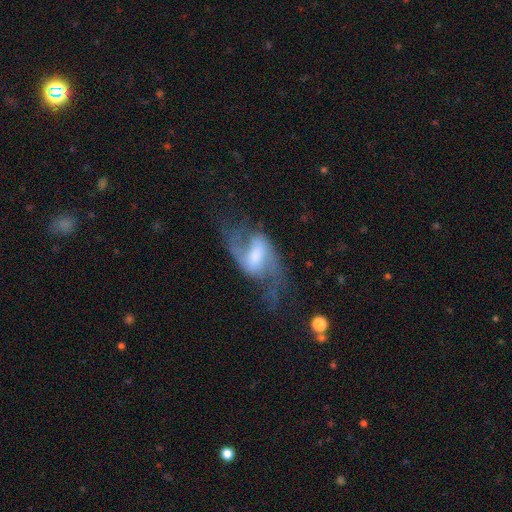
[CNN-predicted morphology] Smooth or featured? Predicted: featured or disk (p=0.82). Edge-on disk? Predicted: no (p=0.96). Bar? Predicted: weak (p=0.49). Spiral arms? Predicted: yes (p=0.94). Spiral winding? Predicted: loose (p=0.64). Spiral arm count? Predicted: 2 (p=0.91). Bulge size? Predicted: moderate (p=0.41). Merging? Predicted: none (p=0.53).